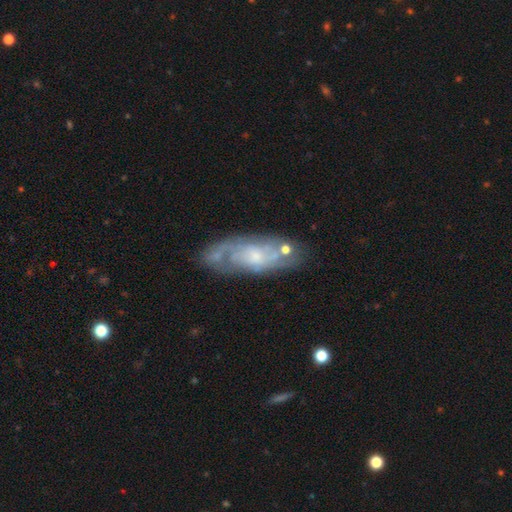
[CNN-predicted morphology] This appears to be a featured or disk galaxy (70%) with no bar (70%), spiral arms (79%) and a small central bulge (60%). Merging: none (65%).